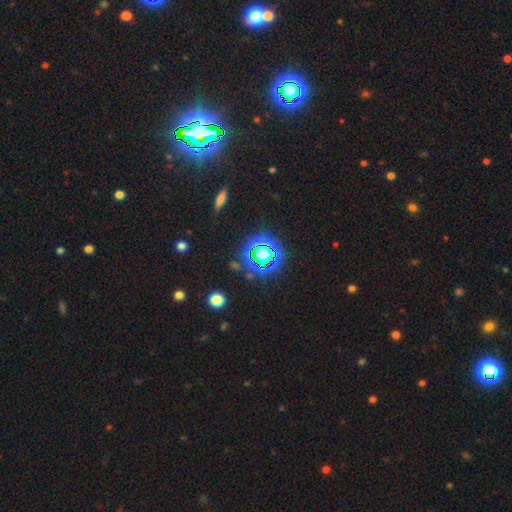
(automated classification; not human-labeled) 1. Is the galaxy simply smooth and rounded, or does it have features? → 83% star or artifact, 10% smooth, 7% featured or disk.